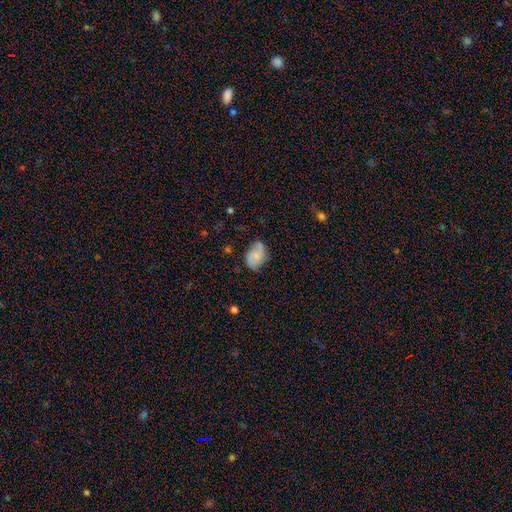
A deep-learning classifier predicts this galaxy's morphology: Smooth or featured? Predicted: smooth (p=0.59). How rounded? Predicted: in between (p=0.81). Merging? Predicted: none (p=0.58).